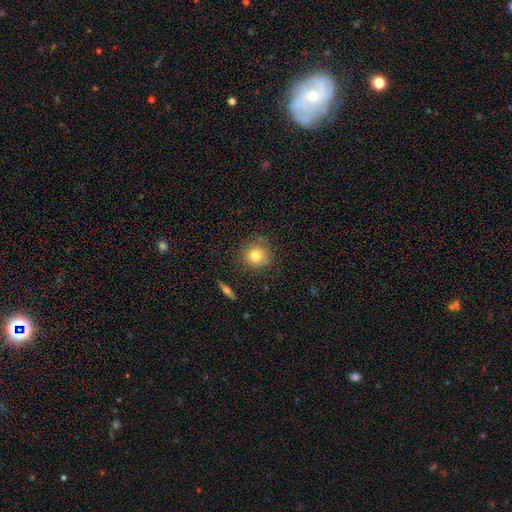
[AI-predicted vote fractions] smooth 79%, featured or disk 11%, star or artifact 10%. Down the decision tree: how rounded — round (91%); merging — none (80%).